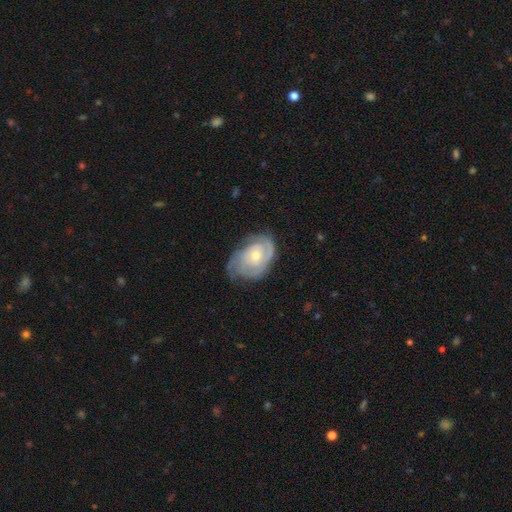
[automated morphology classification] Overall: featured or disk (77%). Edge-on disk: no (96%). Bar: no (74%). Spiral arms: yes (89%). Spiral arm count: 2 (34%; can't tell 33%). Spiral winding: tight (63%; medium 29%). Bulge size: moderate (52%; small 43%). Merging: none (56%; minor disturbance 29%).